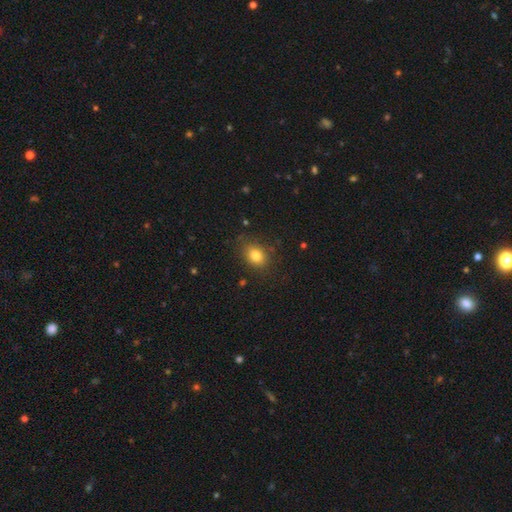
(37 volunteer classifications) A smooth galaxy with no disk features (81%) that is in between round and cigar-shaped (67%). Merging: none (91%).